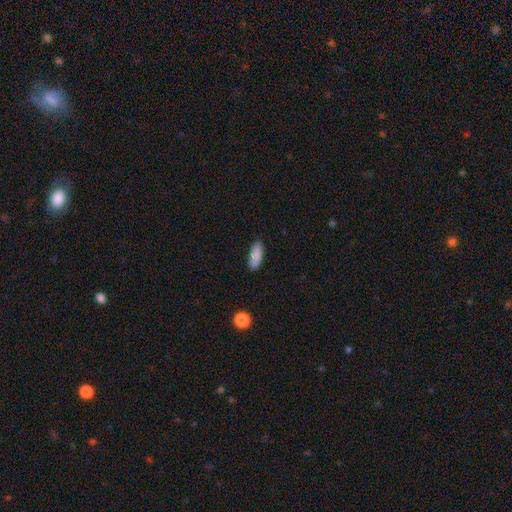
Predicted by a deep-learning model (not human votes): Smooth or featured: smooth — 88% (star or artifact — 7%)
How rounded: in between — 75% (cigar-shaped — 23%)
Merging: none — 86% (minor disturbance — 10%)